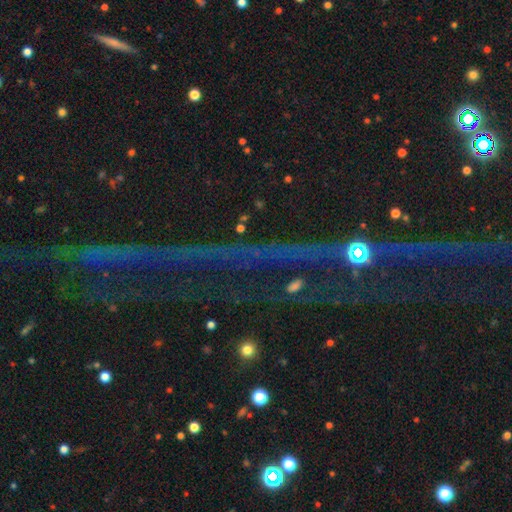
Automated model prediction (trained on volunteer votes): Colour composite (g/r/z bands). It shows a star or artifact, not a galaxy (76%).